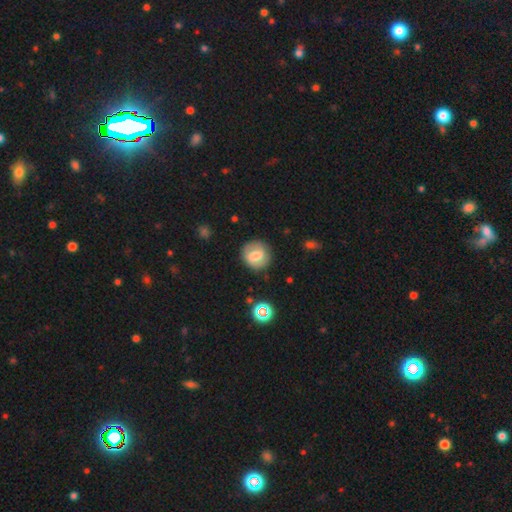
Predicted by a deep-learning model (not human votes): The model was most divided on "smooth or featured": smooth: 54%, featured or disk: 37%, star or artifact: 9%. More confident: how rounded — round (83%); merging — none (82%).